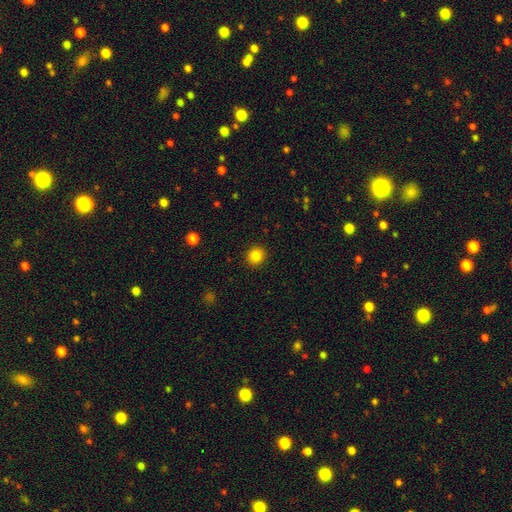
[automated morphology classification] Q: Smooth or featured?
A: smooth (84%); runner-up: star or artifact (12%)
Q: How rounded?
A: round (89%); runner-up: in between (10%)
Q: Merging?
A: none (91%); runner-up: minor disturbance (6%)